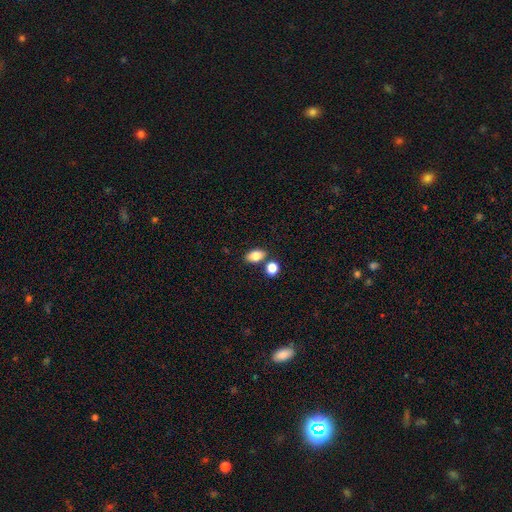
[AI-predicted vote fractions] A smooth galaxy with no disk features (81%) that is in between round and cigar-shaped (84%).

Vote fractions:
- Smooth or featured? smooth: 81% / featured or disk: 10% / star or artifact: 9%
- How rounded? in between: 84% / round: 13% / cigar-shaped: 2%
- Merging? none: 73% / merger: 15% / minor disturbance: 10% / major disturbance: 3%